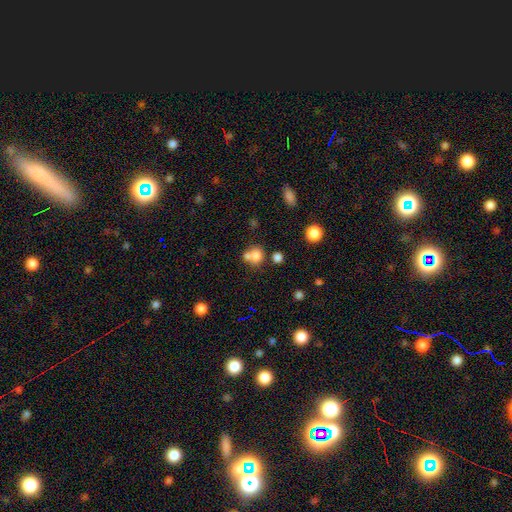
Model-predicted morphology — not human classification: type=smooth (76%); roundness=round (75%); merging=merger (47%).